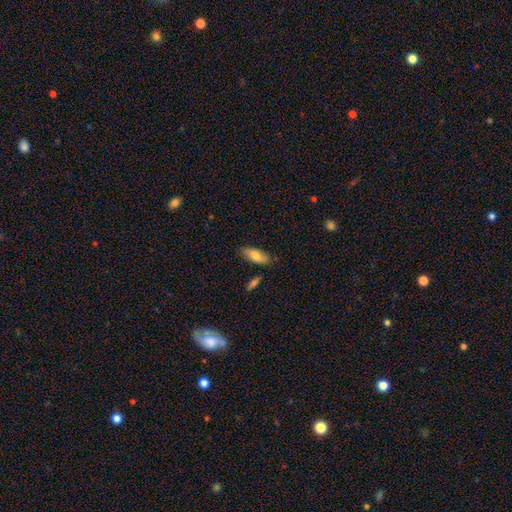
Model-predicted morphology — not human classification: Smooth or featured? Predicted: smooth (p=0.76). How rounded? Predicted: in between (p=0.80). Merging? Predicted: none (p=0.80).